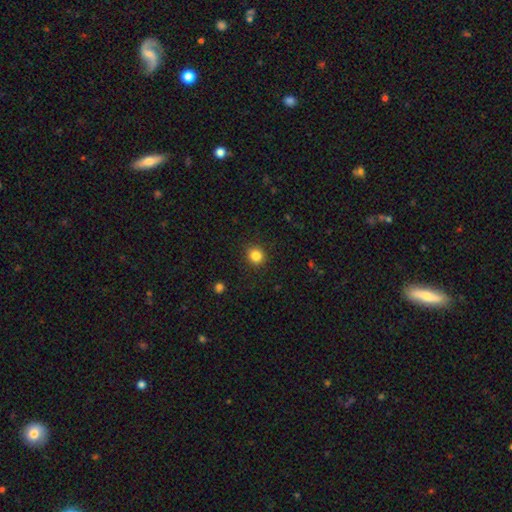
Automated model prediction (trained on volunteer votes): smooth_or_featured: smooth (p=0.84) [alt: star or artifact p=0.11]
how_rounded: round (p=0.88) [alt: in between p=0.11]
merging: none (p=0.91) [alt: minor disturbance p=0.06]